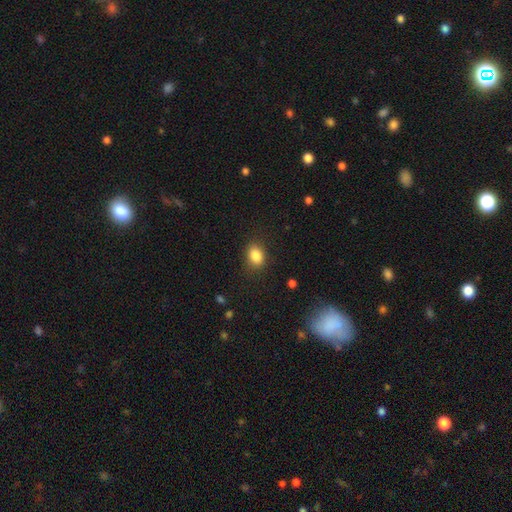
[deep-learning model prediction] smooth 86%, star or artifact 9%, featured or disk 5%. Down the decision tree: how rounded — in between (74%); merging — none (82%).